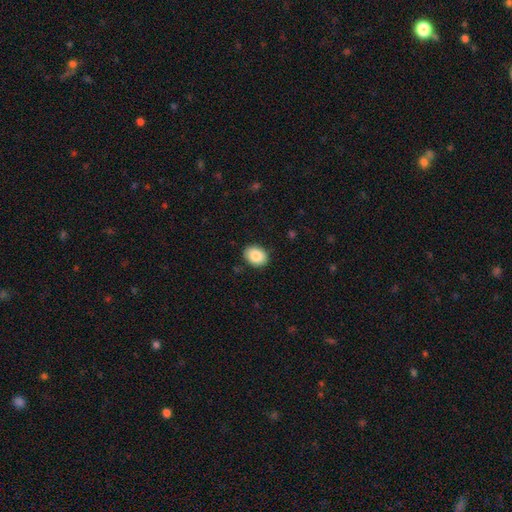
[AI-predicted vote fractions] smooth_or_featured: smooth (p=0.85) [alt: star or artifact p=0.07]
how_rounded: in between (p=0.67) [alt: round p=0.32]
merging: none (p=0.88) [alt: minor disturbance p=0.09]